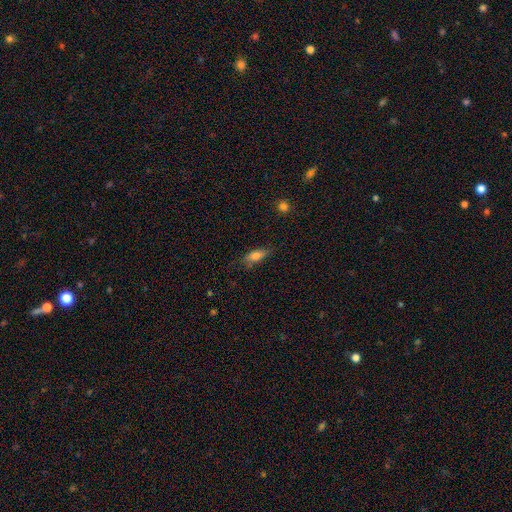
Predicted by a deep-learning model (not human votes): Overall: smooth (75%). How rounded: in between (70%). Merging: none (70%).